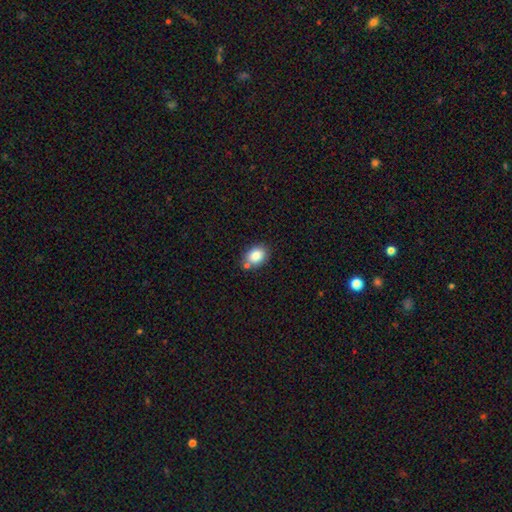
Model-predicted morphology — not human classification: This appears to be a smooth galaxy with no disk features (84%) that is in between round and cigar-shaped (63%). Merging: none (72%).